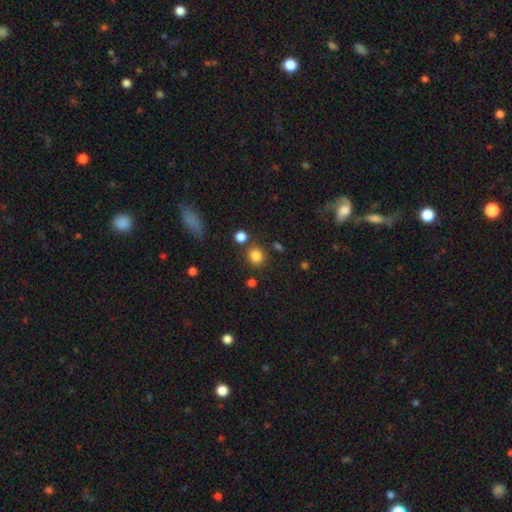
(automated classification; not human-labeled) smooth-or-featured: smooth: 83% | star or artifact: 12% | featured or disk: 5%
  how-rounded: round: 83% | in between: 16% | cigar-shaped: 1%
  merging: none: 79% | minor disturbance: 9% | merger: 8% | major disturbance: 4%